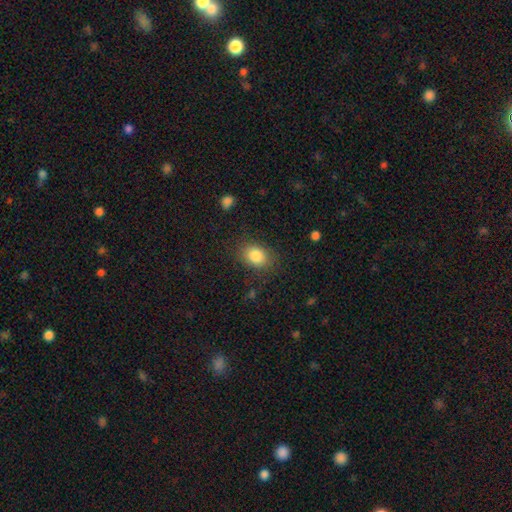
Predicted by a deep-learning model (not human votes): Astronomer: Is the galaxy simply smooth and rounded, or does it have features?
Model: smooth — 85%.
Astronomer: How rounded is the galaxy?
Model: in between — 65%.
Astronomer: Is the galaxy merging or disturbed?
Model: none — 81%.